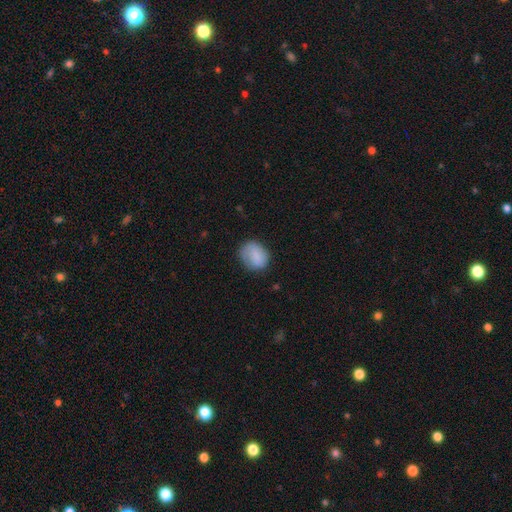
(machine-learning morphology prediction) smooth_or_featured: smooth (p=0.79) [alt: featured or disk p=0.14]
how_rounded: round (p=0.58) [alt: in between p=0.41]
merging: none (p=0.68) [alt: minor disturbance p=0.23]